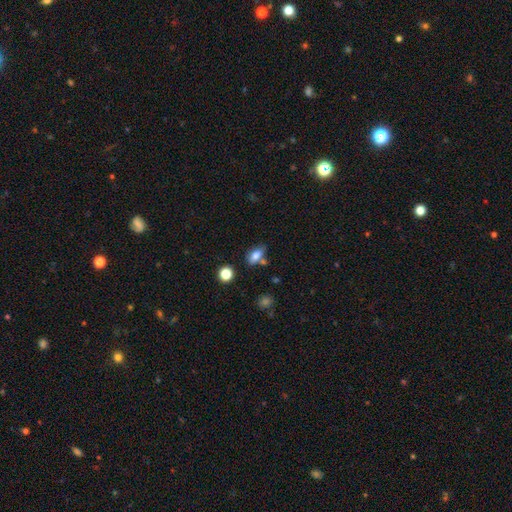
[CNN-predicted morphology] Smooth or featured?
  - smooth: 78% *
  - featured or disk: 12%
  - star or artifact: 10%
How rounded?
  - in between: 84% *
  - round: 10%
  - cigar-shaped: 6%
Merging?
  - none: 57% *
  - minor disturbance: 20%
  - merger: 17%
  - major disturbance: 6%